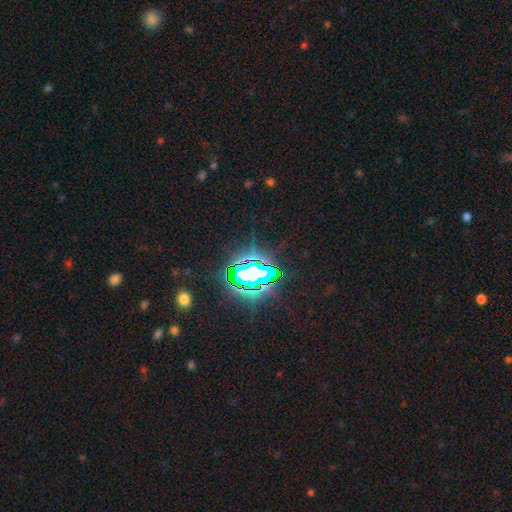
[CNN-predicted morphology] This is clearly a star or artifact rather than a galaxy (83%).